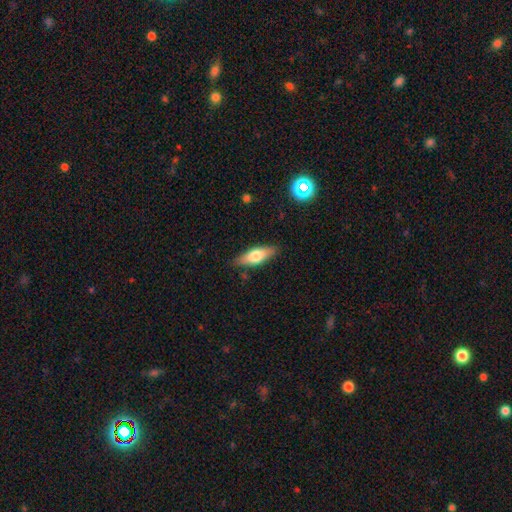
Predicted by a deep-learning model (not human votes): Overall: smooth (62%; featured or disk 32%). How rounded: in between (60%; cigar-shaped 38%). Merging: none (84%).